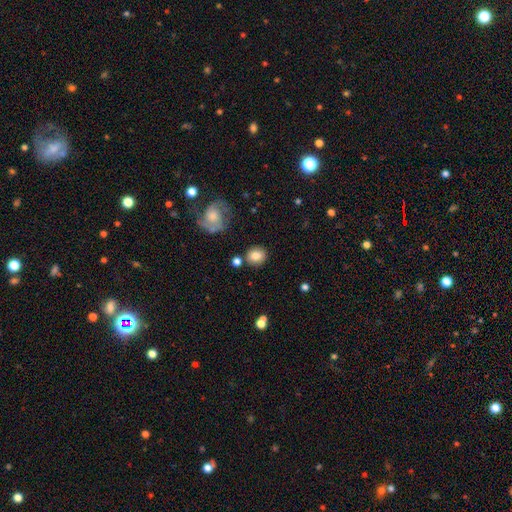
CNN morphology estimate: This is clearly a smooth galaxy (81%). How rounded: clearly round (81%). Merging: clearly none (82%).